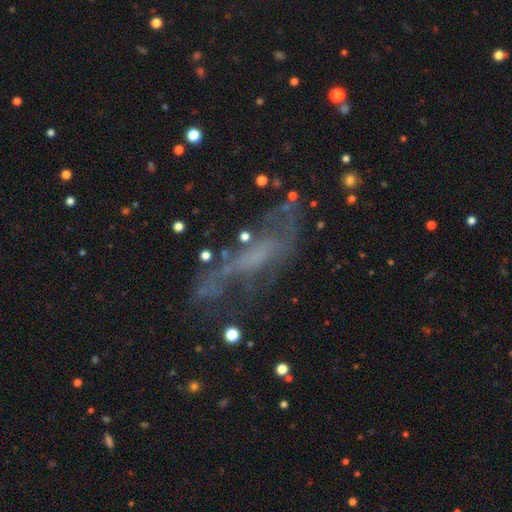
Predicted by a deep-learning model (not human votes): Overall: featured or disk (62%). Edge-on disk: no (83%). Bar: no (54%; weak 29%). Spiral arms: yes (51%; no 49%). Bulge size: none (58%; small 22%). Merging: none (42%; major disturbance 30%).